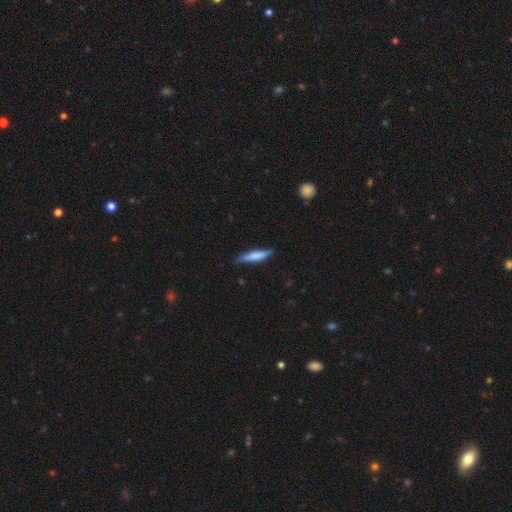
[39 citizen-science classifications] This is likely a smooth galaxy (64%). How rounded: clearly cigar-shaped (88%). Merging: clearly none (84%).